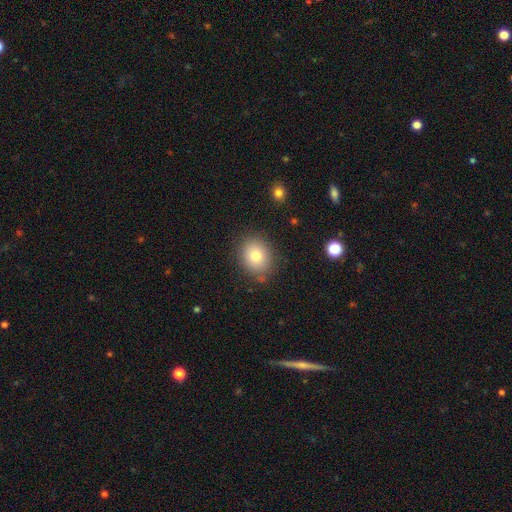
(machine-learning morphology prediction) type=smooth (79%); roundness=round (58%); merging=none (82%).